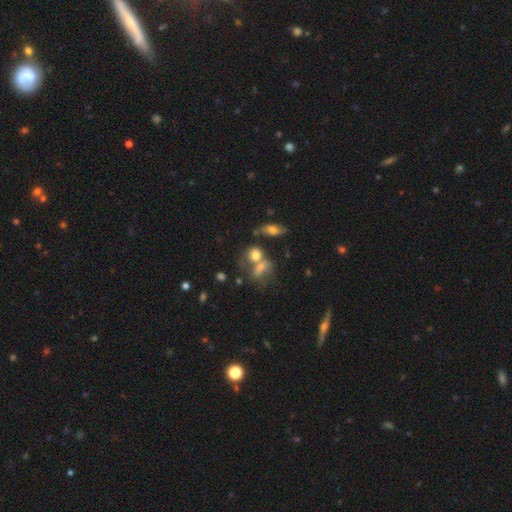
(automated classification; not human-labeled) Q: Smooth or featured?
A: smooth (70%); runner-up: featured or disk (16%)
Q: How rounded?
A: round (52%); runner-up: in between (44%)
Q: Merging?
A: merger (40%); runner-up: none (37%)